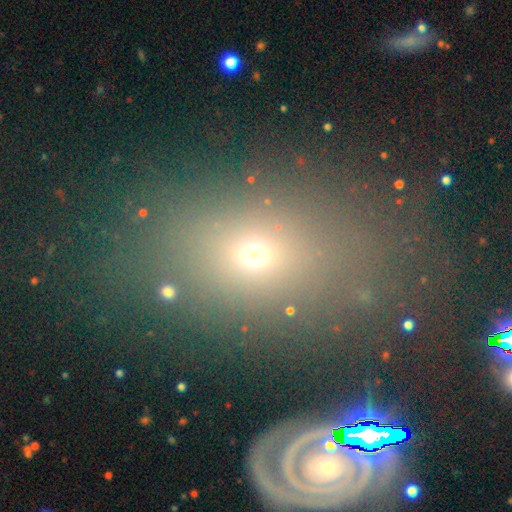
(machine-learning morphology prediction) Overall: smooth (60%; star or artifact 26%). How rounded: in between (68%; round 28%). Merging: none (74%).